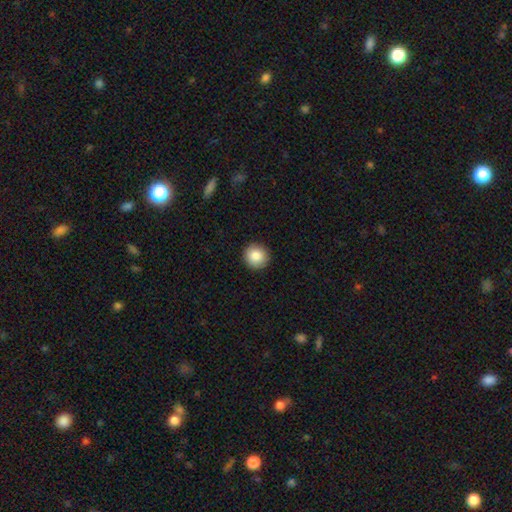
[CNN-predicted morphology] smooth-or-featured: smooth: 86% | star or artifact: 8% | featured or disk: 6%
  how-rounded: round: 94% | in between: 5% | cigar-shaped: 1%
  merging: none: 92% | minor disturbance: 5% | major disturbance: 2% | merger: 1%